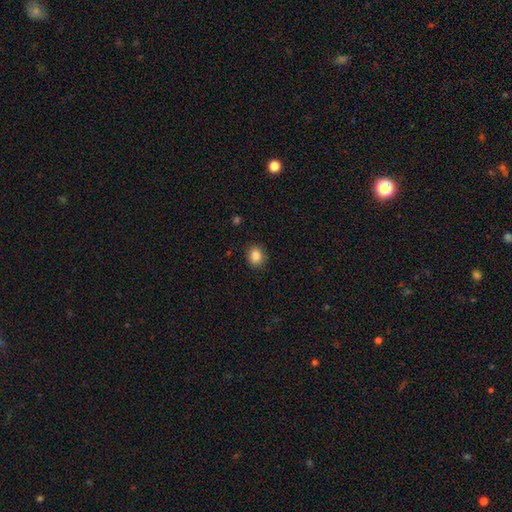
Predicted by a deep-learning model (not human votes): smooth 87%, star or artifact 9%, featured or disk 3%. Down the decision tree: how rounded — round (52%); merging — none (88%).